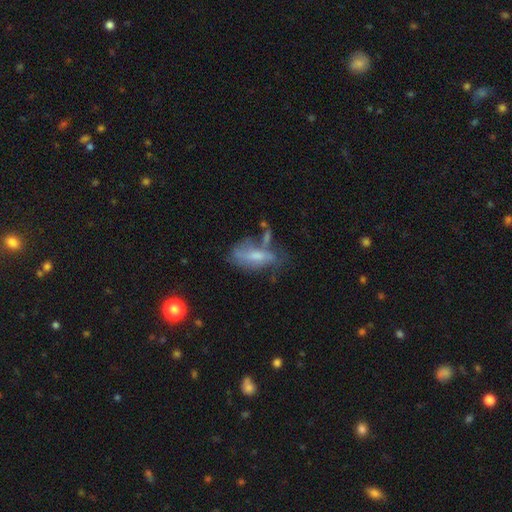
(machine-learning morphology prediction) Q: Smooth or featured?
A: smooth (46%); runner-up: featured or disk (44%)
Q: Merging?
A: none (36%); runner-up: minor disturbance (25%)